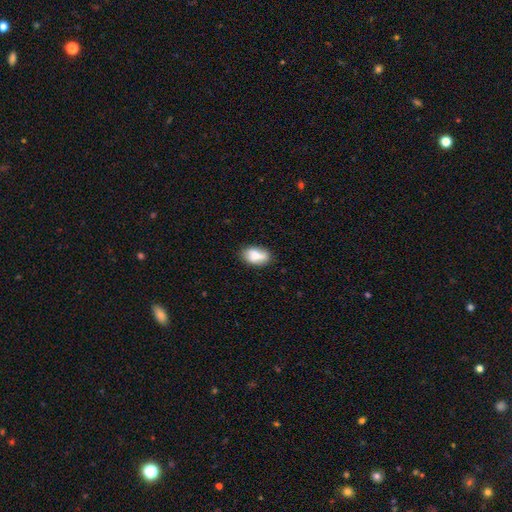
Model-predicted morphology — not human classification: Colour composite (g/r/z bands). It shows a smooth galaxy with no disk features (77%) that is in between round and cigar-shaped (89%). Merging: none (67%).